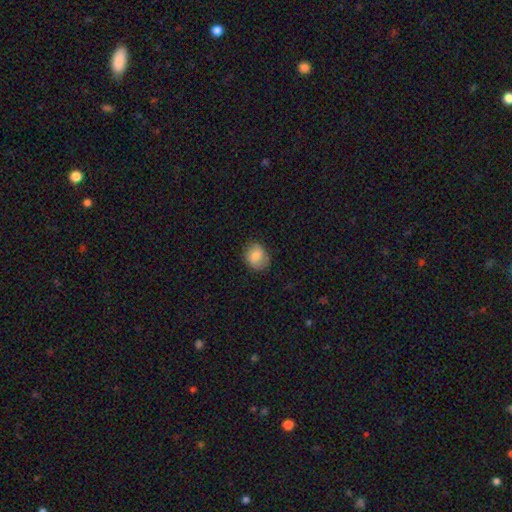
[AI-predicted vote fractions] The model was most divided on "how rounded": round: 65%, in between: 34%, cigar-shaped: 1%. More confident: merging — none (77%); smooth or featured — smooth (76%).